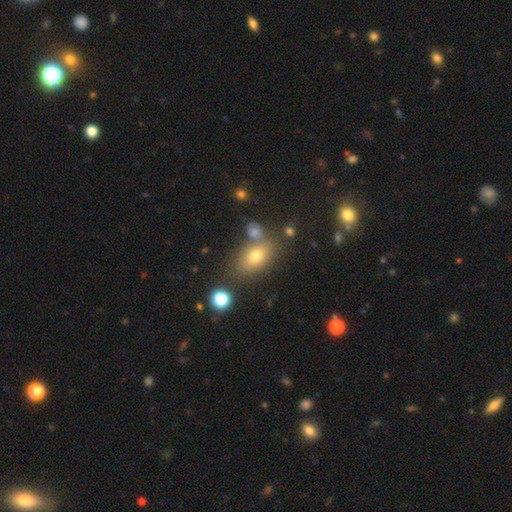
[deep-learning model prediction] This appears to be a smooth galaxy with no disk features (72%) that is in between round and cigar-shaped (81%). Merging: none (65%).